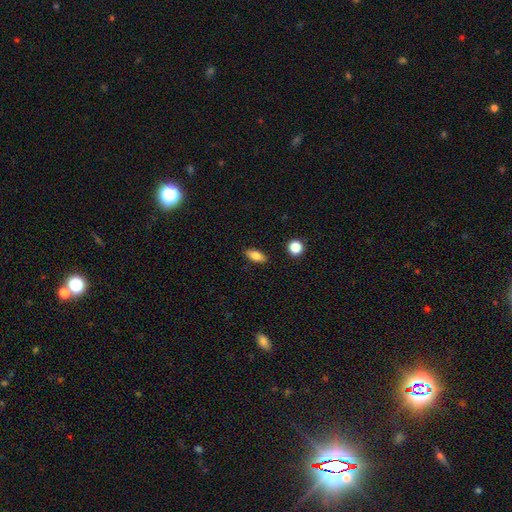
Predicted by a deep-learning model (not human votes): Smooth or featured: smooth — 81% (featured or disk — 11%)
How rounded: in between — 82% (cigar-shaped — 14%)
Merging: none — 88% (minor disturbance — 8%)